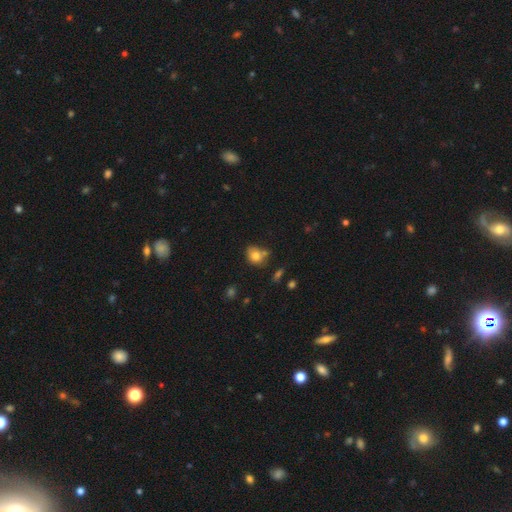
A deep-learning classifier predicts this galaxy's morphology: A smooth galaxy with no disk features (79%) that is round (56%).

Vote fractions:
- Smooth or featured? smooth: 79% / featured or disk: 11% / star or artifact: 11%
- How rounded? round: 56% / in between: 43% / cigar-shaped: 1%
- Merging? none: 55% / minor disturbance: 22% / merger: 16% / major disturbance: 6%